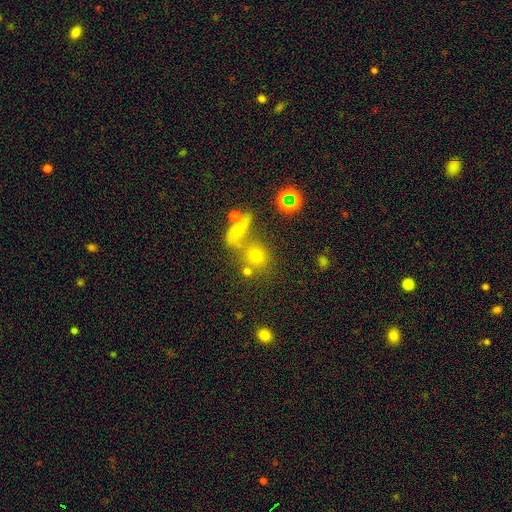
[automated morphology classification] type=smooth (67%); roundness=round (77%); merging=none (47%).